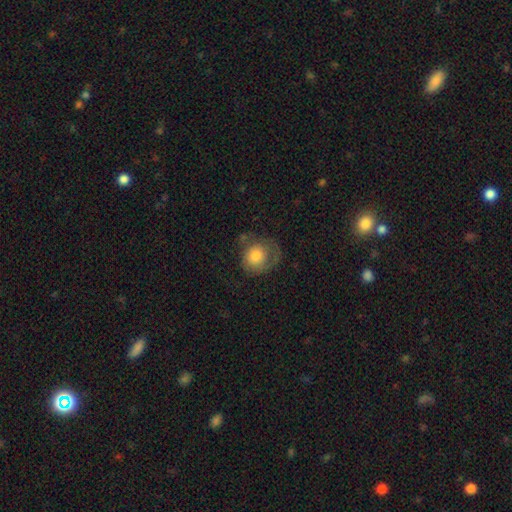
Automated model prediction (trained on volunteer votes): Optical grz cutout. It shows a smooth galaxy with no disk features (68%) that is round (73%). Merging: none (45%).